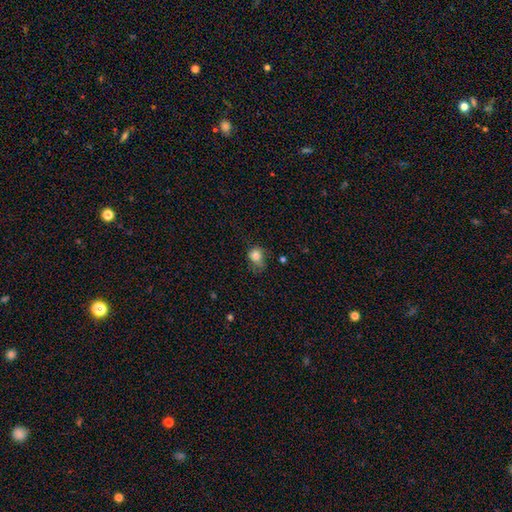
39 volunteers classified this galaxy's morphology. Q: Smooth or featured?
A: smooth (85%); runner-up: featured or disk (8%)
Q: How rounded?
A: round (64%); runner-up: in between (36%)
Q: Merging?
A: none (44%); runner-up: minor disturbance (33%)